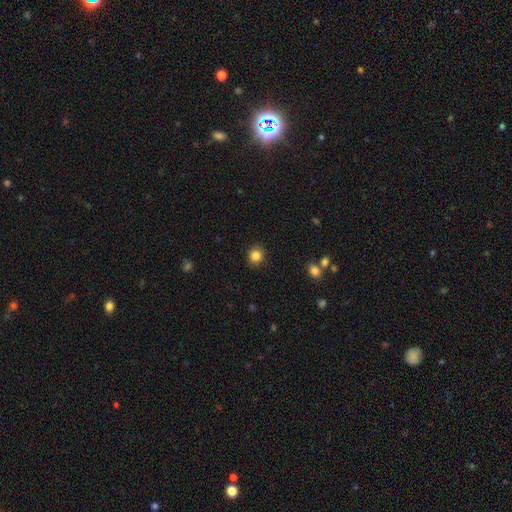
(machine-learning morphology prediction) smooth-or-featured: smooth: 84% | star or artifact: 11% | featured or disk: 4%
  how-rounded: round: 90% | in between: 10% | cigar-shaped: 1%
  merging: none: 90% | minor disturbance: 6% | major disturbance: 2% | merger: 1%